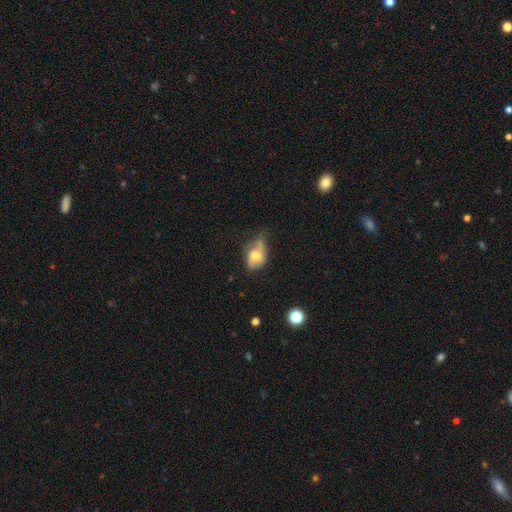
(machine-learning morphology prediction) A smooth galaxy with no disk features (59%) that is in between round and cigar-shaped (75%). Merging: minor disturbance (39%).